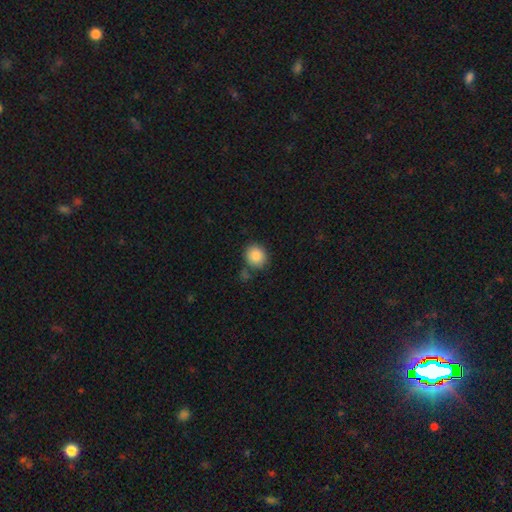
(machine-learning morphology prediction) This appears to be a smooth galaxy with no disk features (87%) that is round (79%). Merging: none (77%).